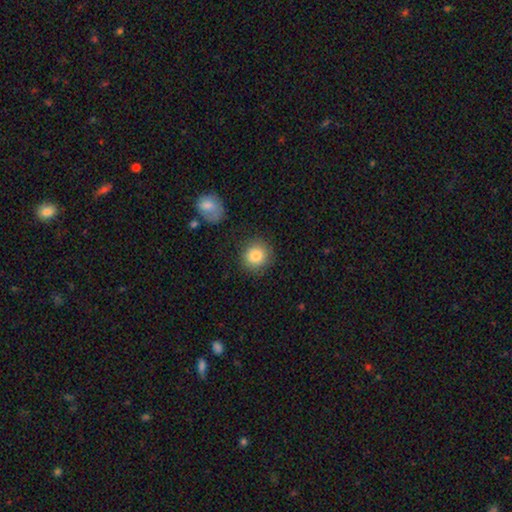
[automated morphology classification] The model was most divided on "smooth or featured": smooth: 84%, star or artifact: 9%, featured or disk: 7%. More confident: how rounded — round (90%); merging — none (86%).